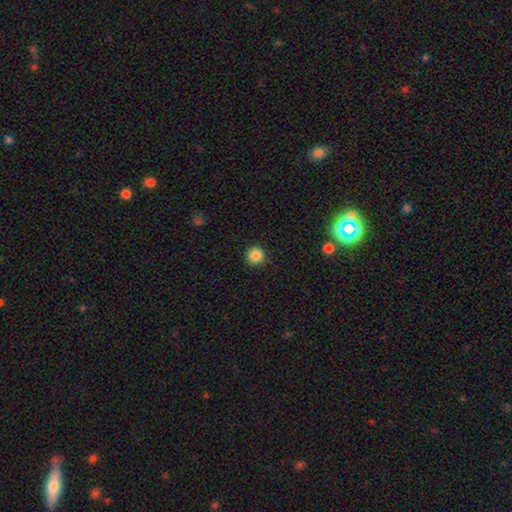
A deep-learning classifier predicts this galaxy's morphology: This appears to be a smooth galaxy with no disk features (85%) that is round (94%). Merging: none (91%).